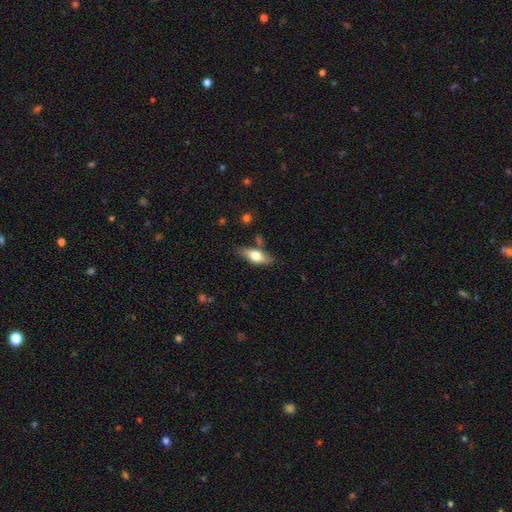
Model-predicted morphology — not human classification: smooth 60%, featured or disk 34%, star or artifact 6%. Down the decision tree: how rounded — in between (66%); merging — none (75%).